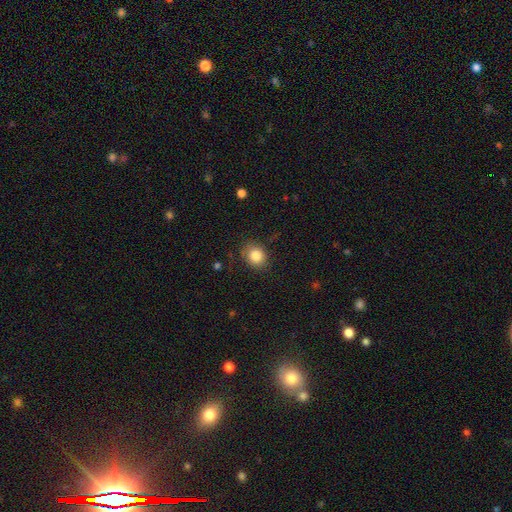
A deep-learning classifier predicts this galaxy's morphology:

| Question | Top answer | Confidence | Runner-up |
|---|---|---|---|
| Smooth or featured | smooth | 83% | star or artifact (10%) |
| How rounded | round | 65% | in between (34%) |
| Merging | none | 83% | minor disturbance (13%) |